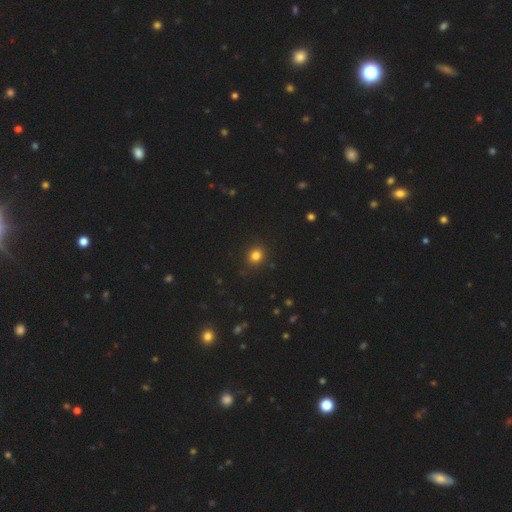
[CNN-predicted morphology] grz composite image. It shows a smooth galaxy with no disk features (81%) that is round (78%). Merging: none (90%).